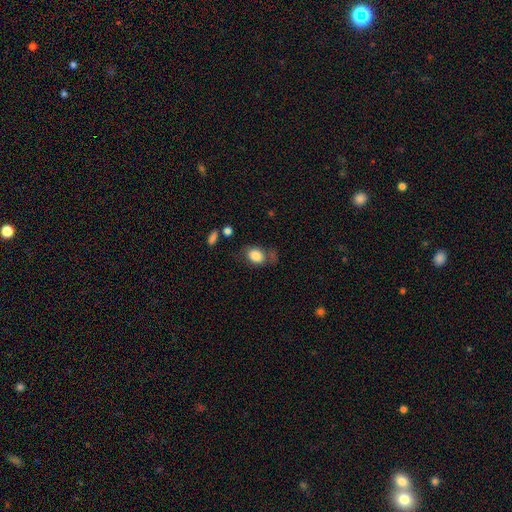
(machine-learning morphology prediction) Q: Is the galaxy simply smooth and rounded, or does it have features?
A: smooth — 82%.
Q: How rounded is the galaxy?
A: in between — 71%.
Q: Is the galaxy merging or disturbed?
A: none — 54%.